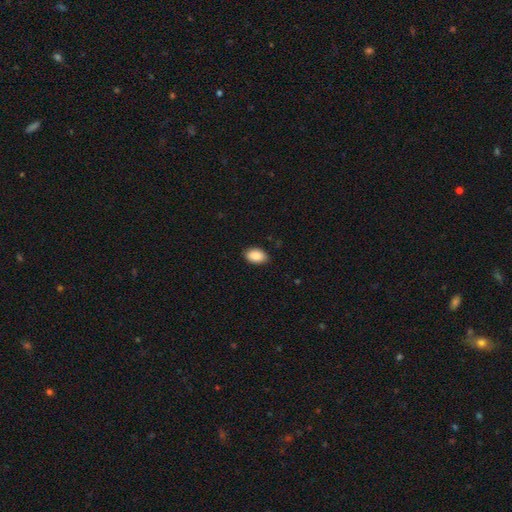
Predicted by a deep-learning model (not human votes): This is clearly a smooth galaxy (90%). How rounded: clearly in between (92%). Merging: clearly none (87%).